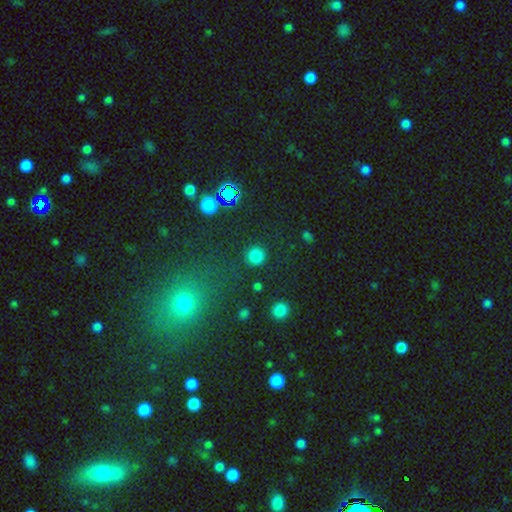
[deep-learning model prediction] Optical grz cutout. It shows a smooth galaxy with no disk features (81%) that is round (93%). Merging: none (89%).